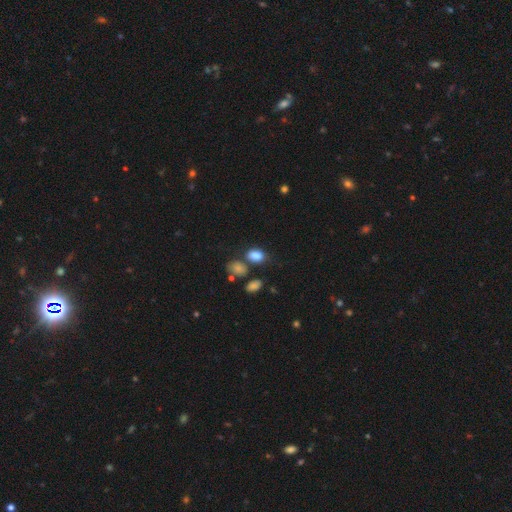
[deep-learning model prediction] A smooth galaxy with no disk features (84%) that is in between round and cigar-shaped (77%).

Vote fractions:
- Smooth or featured? smooth: 84% / star or artifact: 10% / featured or disk: 6%
- How rounded? in between: 77% / round: 22% / cigar-shaped: 1%
- Merging? none: 57% / merger: 19% / minor disturbance: 18% / major disturbance: 7%